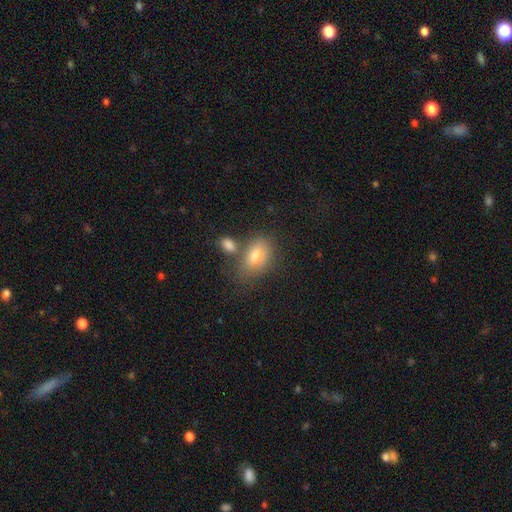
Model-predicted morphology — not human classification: type=smooth (77%); roundness=in between (86%); merging=none (58%).